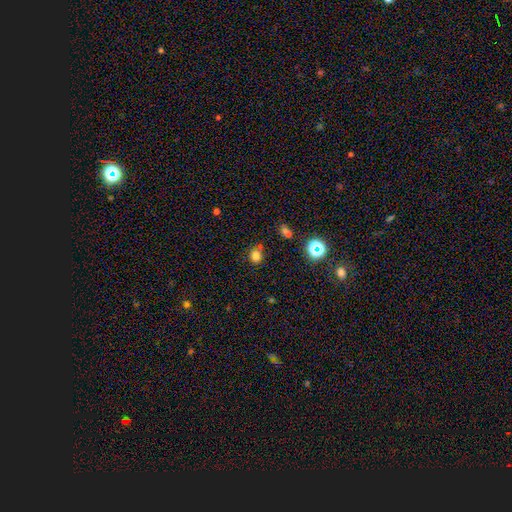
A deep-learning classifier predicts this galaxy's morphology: smooth 75%, star or artifact 19%, featured or disk 6%. Down the decision tree: how rounded — round (78%); merging — none (73%).